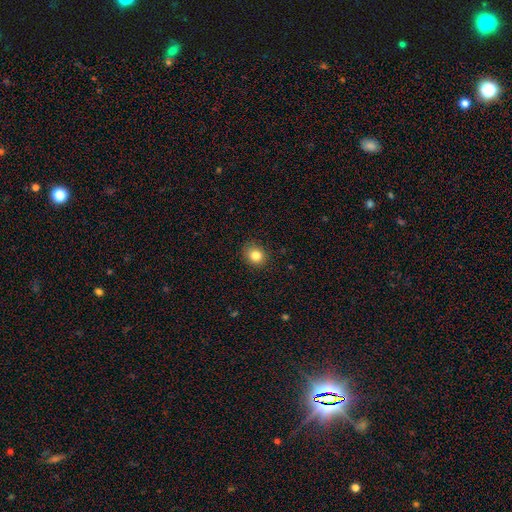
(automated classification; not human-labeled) A smooth galaxy with no disk features (83%) that is round (70%).

Vote fractions:
- Smooth or featured? smooth: 83% / star or artifact: 11% / featured or disk: 6%
- How rounded? round: 70% / in between: 30% / cigar-shaped: 1%
- Merging? none: 88% / minor disturbance: 9% / major disturbance: 2% / merger: 1%